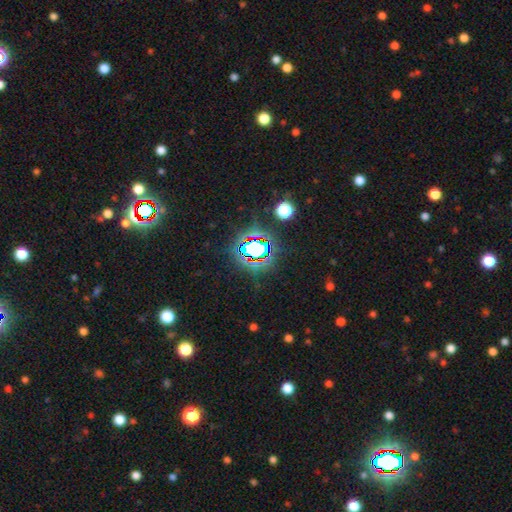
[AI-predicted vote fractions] smooth-or-featured: star or artifact: 78% | smooth: 14% | featured or disk: 8%